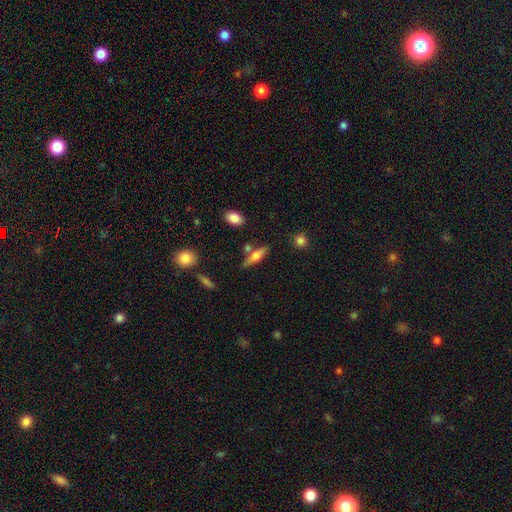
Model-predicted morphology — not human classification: Smooth or featured: smooth — 56% (featured or disk — 37%)
How rounded: cigar-shaped — 62% (in between — 35%)
Merging: none — 71% (minor disturbance — 15%)